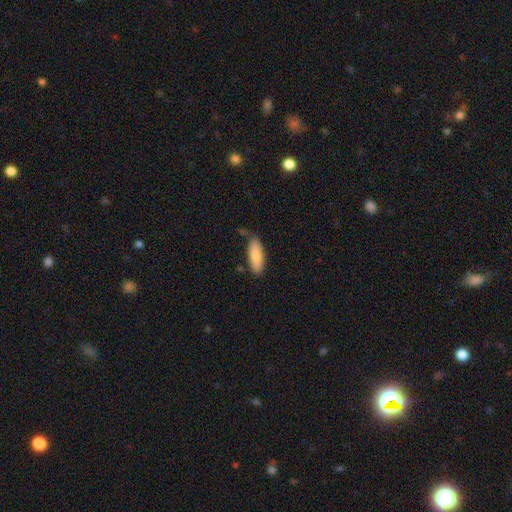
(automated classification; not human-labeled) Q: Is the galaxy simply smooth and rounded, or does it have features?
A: smooth — 85%.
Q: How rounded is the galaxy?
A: in between — 62%.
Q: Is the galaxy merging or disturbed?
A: none — 74%.